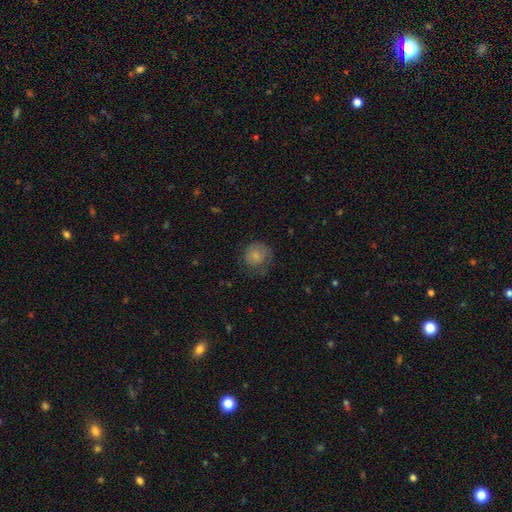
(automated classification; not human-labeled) Morphology: type=smooth (75%); roundness=round (85%); merging=none (58%).